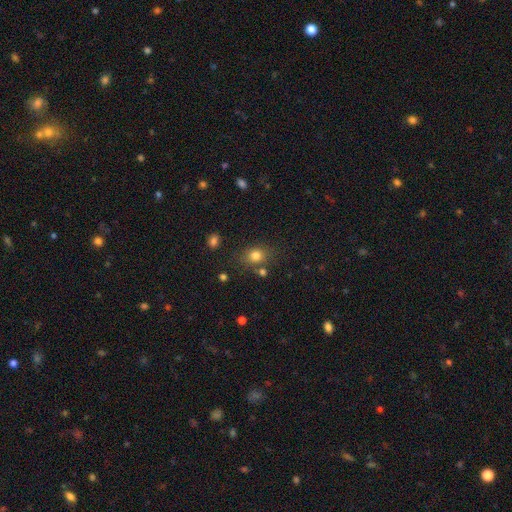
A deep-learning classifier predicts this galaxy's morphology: Smooth or featured? smooth (79%)
How rounded? round (56%)
Merging? none (72%)